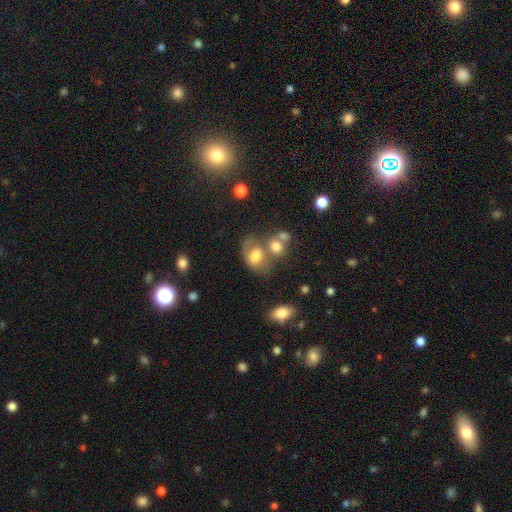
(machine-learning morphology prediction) The model was most divided on "merging": merger: 36%, none: 34%, minor disturbance: 18%, major disturbance: 13%. More confident: how rounded — in between (75%); smooth or featured — smooth (68%).